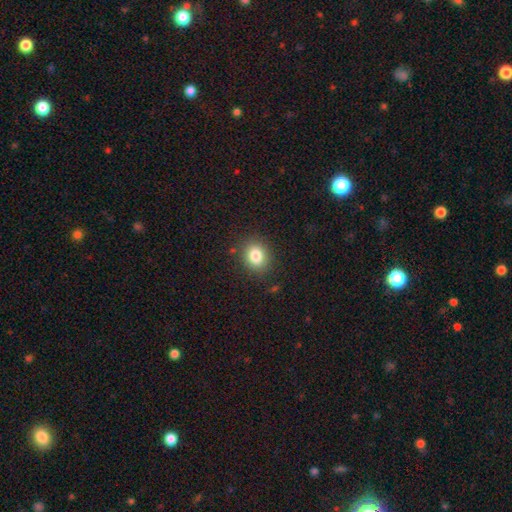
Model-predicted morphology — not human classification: Smooth or featured?
  - smooth: 82% *
  - star or artifact: 11%
  - featured or disk: 7%
How rounded?
  - round: 61% *
  - in between: 38%
  - cigar-shaped: 1%
Merging?
  - none: 86% *
  - minor disturbance: 9%
  - major disturbance: 3%
  - merger: 1%